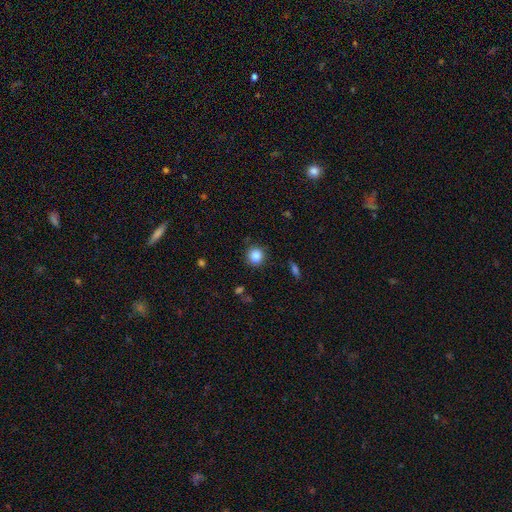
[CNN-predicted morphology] Smooth or featured: smooth — 85% (star or artifact — 10%)
How rounded: round — 89% (in between — 10%)
Merging: none — 87% (minor disturbance — 9%)